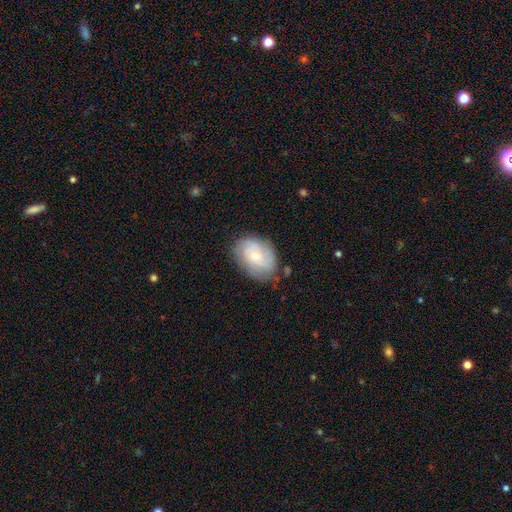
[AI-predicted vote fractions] A featured or disk galaxy (58%) with no bar (72%), spiral arms (82%) and a small central bulge (67%).

Vote fractions:
- Smooth or featured? featured or disk: 58% / smooth: 35% / star or artifact: 7%
- Edge-on disk? no: 97% / yes: 3%
- Bar? no: 72% / weak: 24% / strong: 4%
- Spiral arms? yes: 82% / no: 18%
- Bulge size? small: 67% / moderate: 29% / none: 2% / large: 1% / dominant: 1%
- Merging? none: 72% / minor disturbance: 21% / major disturbance: 6% / merger: 2%